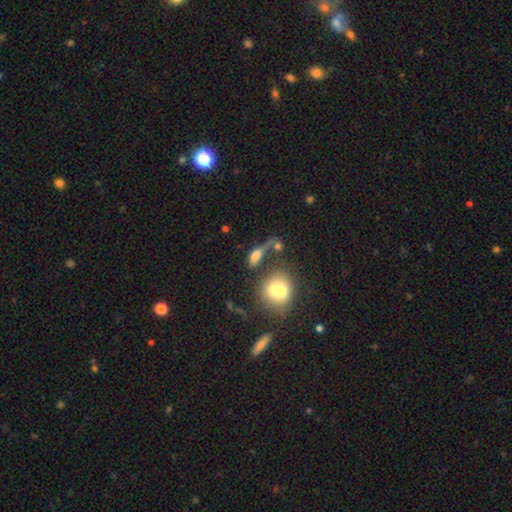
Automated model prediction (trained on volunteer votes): This appears to be a smooth galaxy with no disk features (62%) that is in between round and cigar-shaped (64%). Merging: merger (33%).